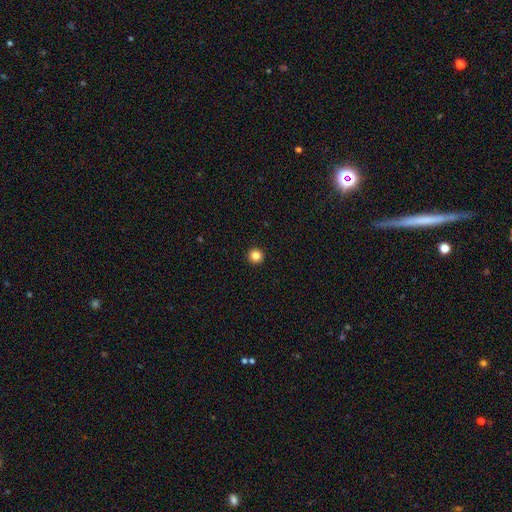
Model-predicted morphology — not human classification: Smooth or featured? smooth (84%)
How rounded? round (96%)
Merging? none (94%)